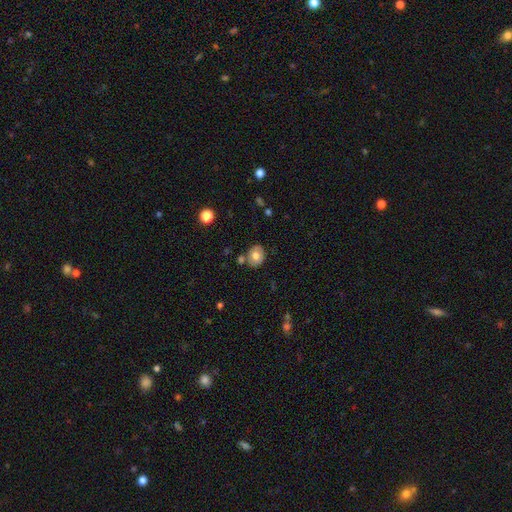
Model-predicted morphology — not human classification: smooth 70%, featured or disk 21%, star or artifact 9%. Down the decision tree: how rounded — round (58%); merging — none (75%).